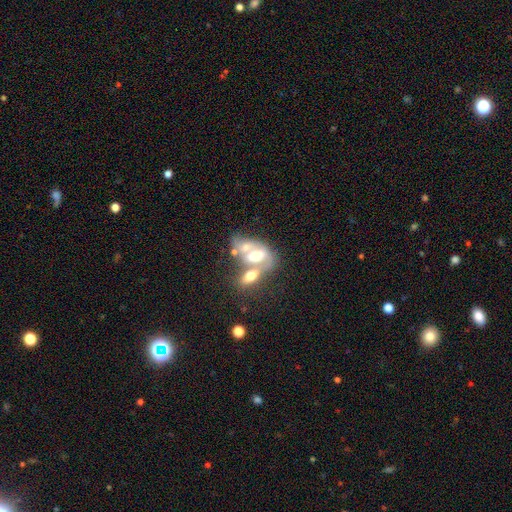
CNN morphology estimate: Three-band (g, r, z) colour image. It shows a featured or disk galaxy (52%). Merging: merger (68%).